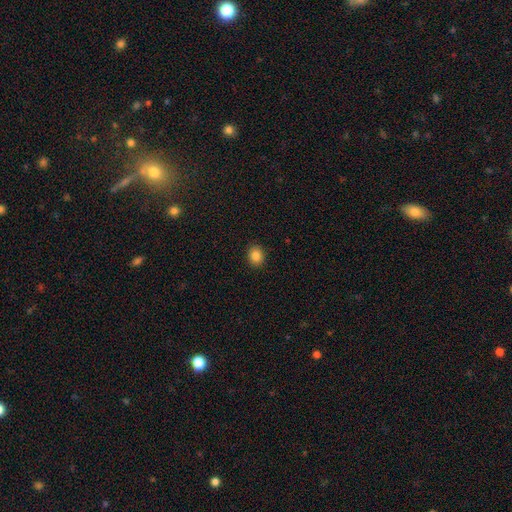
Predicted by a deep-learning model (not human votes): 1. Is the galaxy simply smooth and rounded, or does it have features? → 85% smooth, 10% star or artifact, 4% featured or disk.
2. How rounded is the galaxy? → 62% round, 37% in between, 1% cigar-shaped.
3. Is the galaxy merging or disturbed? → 91% none, 6% minor disturbance, 2% major disturbance, 1% merger.